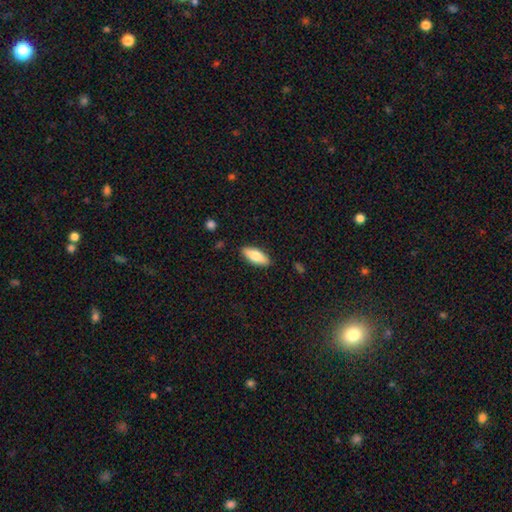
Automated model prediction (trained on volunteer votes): This appears to be a smooth galaxy with no disk features (75%) that is in between round and cigar-shaped (72%). Merging: none (88%).